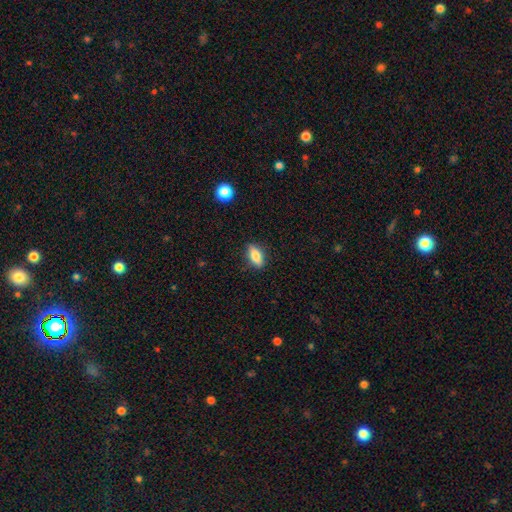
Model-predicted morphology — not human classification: Smooth or featured: smooth — 77% (featured or disk — 15%)
How rounded: in between — 78% (cigar-shaped — 18%)
Merging: none — 86% (minor disturbance — 11%)